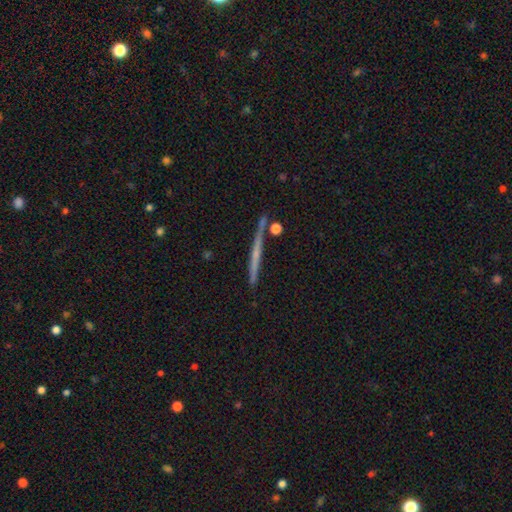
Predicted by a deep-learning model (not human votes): Smooth or featured? Predicted: featured or disk (p=0.58). Edge-on disk? Predicted: yes (p=0.97). Edge-on bulge? Predicted: none (p=0.69). Merging? Predicted: none (p=0.85).